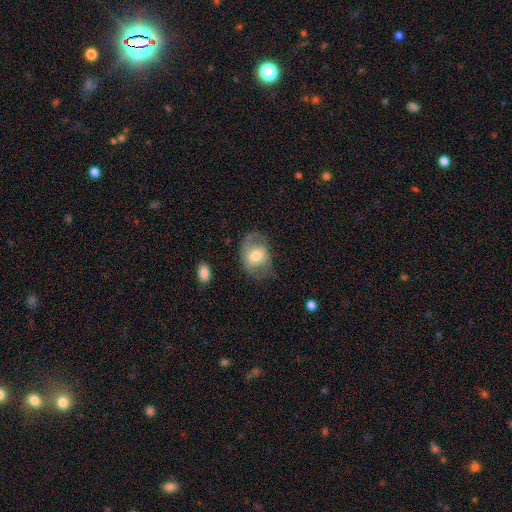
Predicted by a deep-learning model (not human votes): Smooth or featured?
  - smooth: 55% *
  - featured or disk: 38%
  - star or artifact: 7%
How rounded?
  - in between: 63% *
  - round: 36%
  - cigar-shaped: 1%
Merging?
  - none: 51% *
  - minor disturbance: 27%
  - major disturbance: 20%
  - merger: 2%